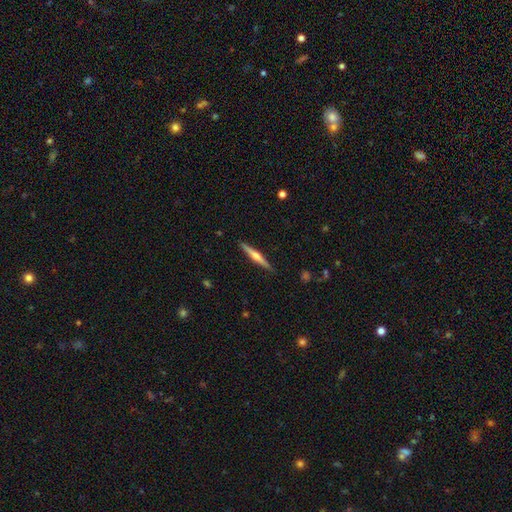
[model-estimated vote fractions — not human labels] Smooth or featured: featured or disk — 67% (smooth — 27%)
Edge-on disk: yes — 98% (no — 2%)
Edge-on bulge: rounded — 84% (boxy — 8%)
Merging: none — 91% (minor disturbance — 7%)